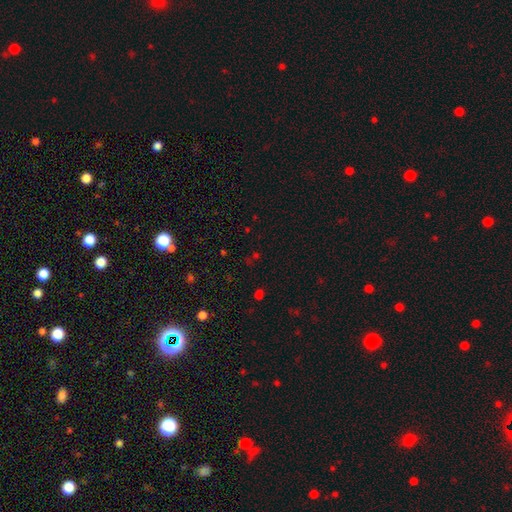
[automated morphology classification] The model was most divided on "smooth or featured": star or artifact: 57%, smooth: 35%, featured or disk: 8%.